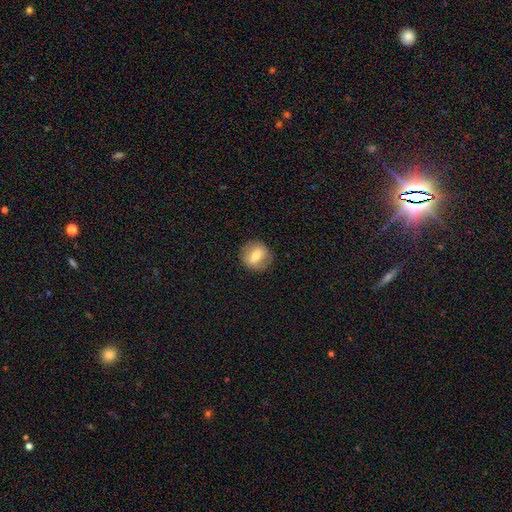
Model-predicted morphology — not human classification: A smooth galaxy with no disk features (56%) that is round (80%). Merging: none (86%).